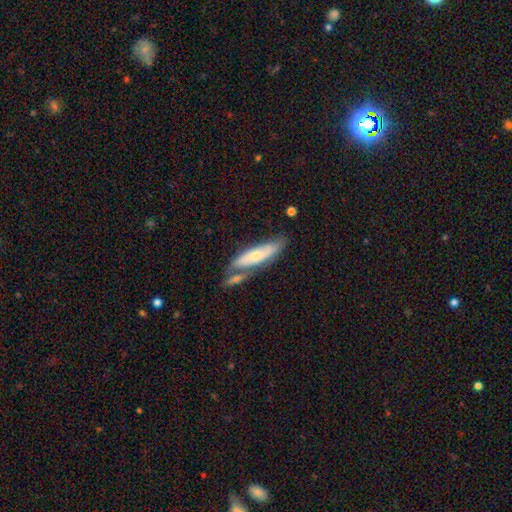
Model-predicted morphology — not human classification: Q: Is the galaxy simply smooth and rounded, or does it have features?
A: smooth — 52%.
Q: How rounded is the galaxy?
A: cigar-shaped — 63%.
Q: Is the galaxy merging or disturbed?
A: none — 42%.